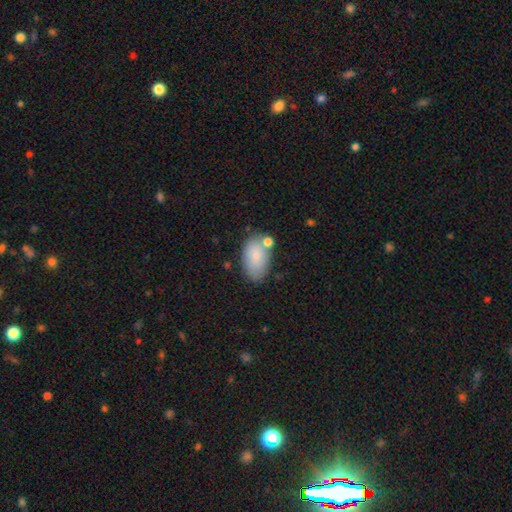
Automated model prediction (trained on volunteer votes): This appears to be a smooth galaxy with no disk features (82%) that is in between round and cigar-shaped (93%). Merging: none (64%).